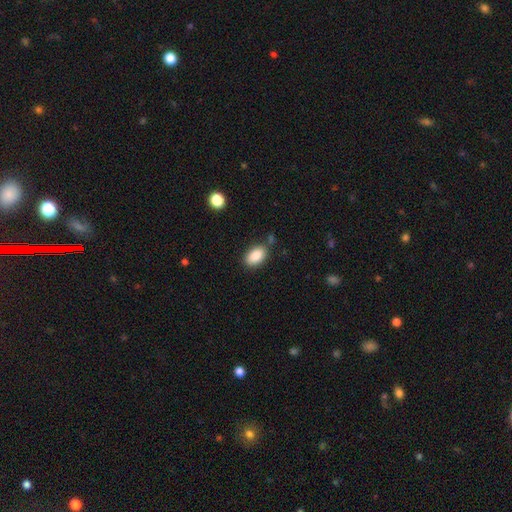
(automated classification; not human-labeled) Smooth or featured: smooth — 88% (star or artifact — 7%)
How rounded: in between — 92% (round — 6%)
Merging: none — 79% (minor disturbance — 13%)